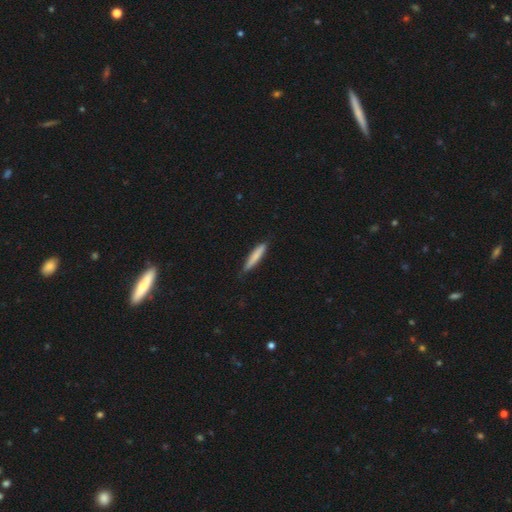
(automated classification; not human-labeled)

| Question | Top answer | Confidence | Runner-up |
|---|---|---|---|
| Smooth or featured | smooth | 76% | featured or disk (19%) |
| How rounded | cigar-shaped | 91% | in between (8%) |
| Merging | none | 80% | minor disturbance (17%) |